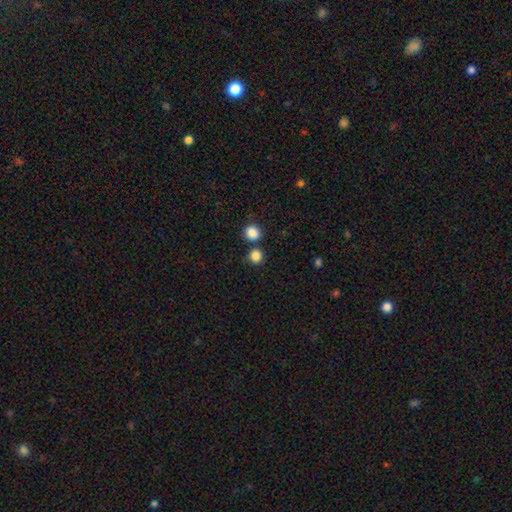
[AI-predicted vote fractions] Q: Smooth or featured?
A: smooth (85%); runner-up: star or artifact (12%)
Q: How rounded?
A: round (90%); runner-up: in between (9%)
Q: Merging?
A: none (75%); runner-up: merger (15%)